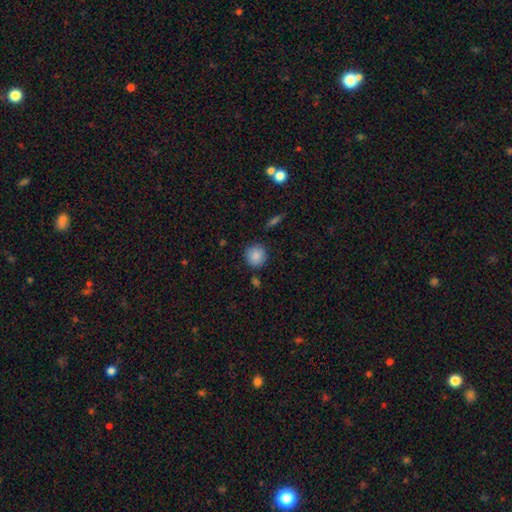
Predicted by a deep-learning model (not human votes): The model was most divided on "merging": none: 85%, minor disturbance: 10%, merger: 3%, major disturbance: 2%. More confident: how rounded — round (91%); smooth or featured — smooth (87%).